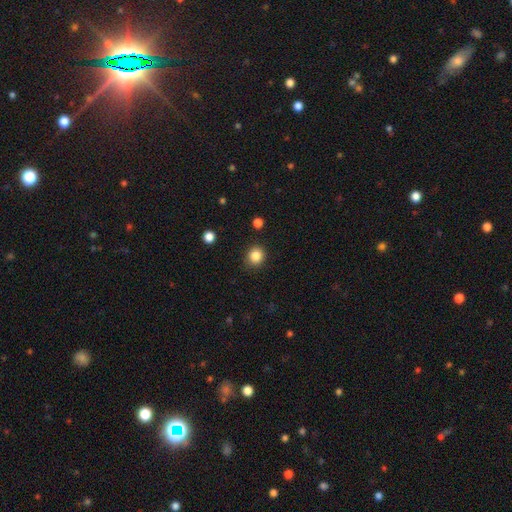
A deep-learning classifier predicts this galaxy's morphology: smooth_or_featured: smooth (p=0.85) [alt: star or artifact p=0.11]
how_rounded: round (p=0.86) [alt: in between p=0.14]
merging: none (p=0.88) [alt: minor disturbance p=0.08]